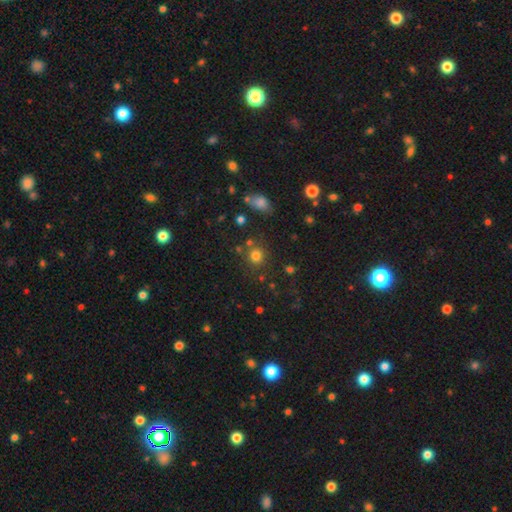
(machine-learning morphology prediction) This appears to be a smooth galaxy with no disk features (77%) that is round (87%). Merging: none (75%).